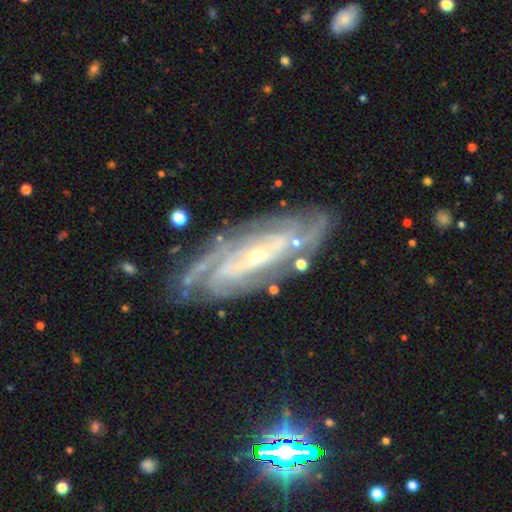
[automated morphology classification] This is clearly a featured or disk galaxy (88%). It is clearly not viewed edge-on (89%). Bar: possibly no (59%). Spiral arm pattern: clearly yes (96%). Spiral arm count: marginally can't tell (33%). Spiral winding: likely tight (73%). Central bulge: likely small (78%). Merging: likely none (76%).